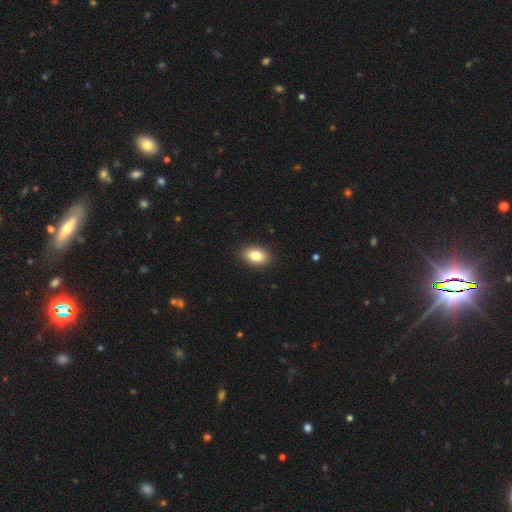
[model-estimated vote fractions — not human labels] Smooth or featured: smooth — 83% (featured or disk — 9%)
How rounded: in between — 89% (round — 9%)
Merging: none — 90% (minor disturbance — 7%)